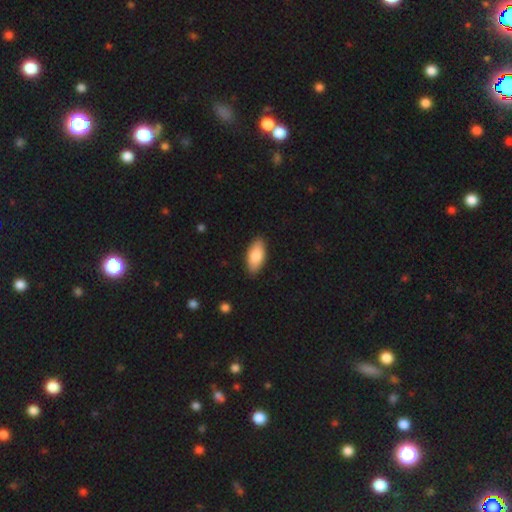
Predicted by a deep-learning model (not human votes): Morphology: type=smooth (84%); roundness=in between (90%); merging=none (88%).